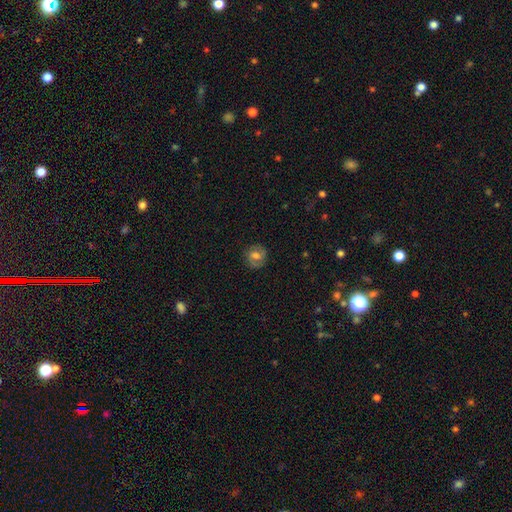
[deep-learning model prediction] The model was most divided on "smooth or featured": smooth: 50%, featured or disk: 39%, star or artifact: 11%. More confident: merging — none (80%); how rounded — round (75%).